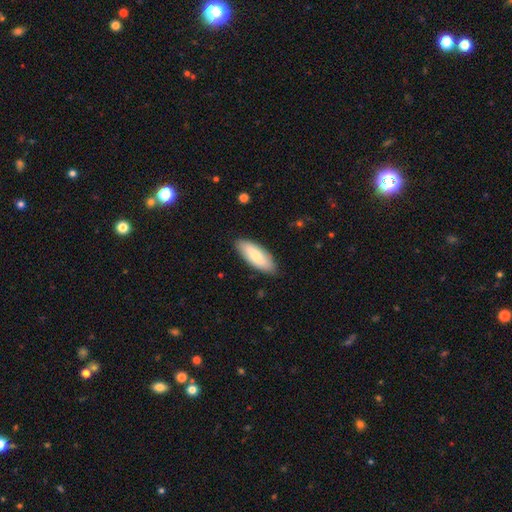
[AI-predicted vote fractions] A smooth galaxy with no disk features (74%) that is in between round and cigar-shaped (72%). Merging: none (87%).